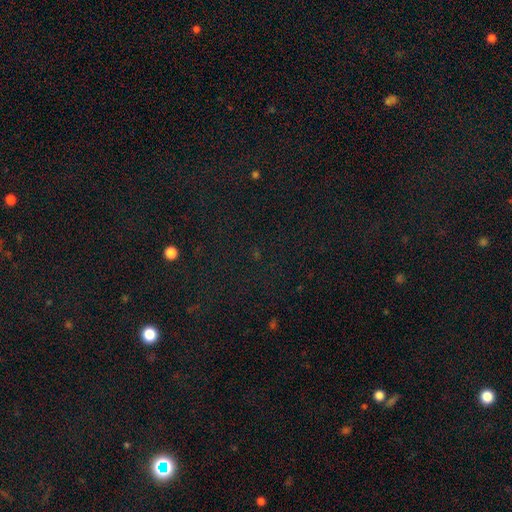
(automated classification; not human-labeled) smooth-or-featured: star or artifact: 77% | smooth: 15% | featured or disk: 8%